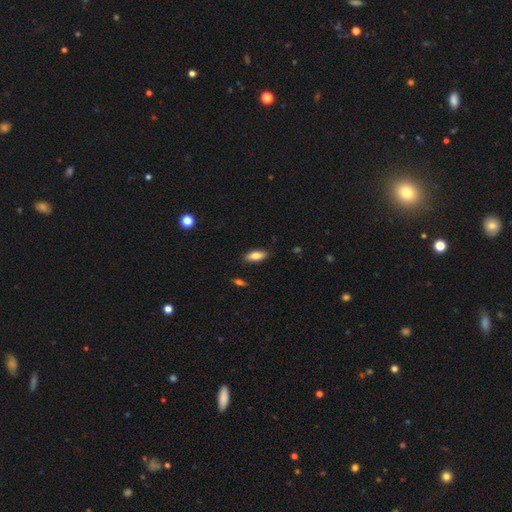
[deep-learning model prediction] Smooth or featured?
  - smooth: 81% *
  - featured or disk: 12%
  - star or artifact: 7%
How rounded?
  - in between: 81% *
  - cigar-shaped: 17%
  - round: 2%
Merging?
  - none: 86% *
  - minor disturbance: 10%
  - major disturbance: 2%
  - merger: 1%